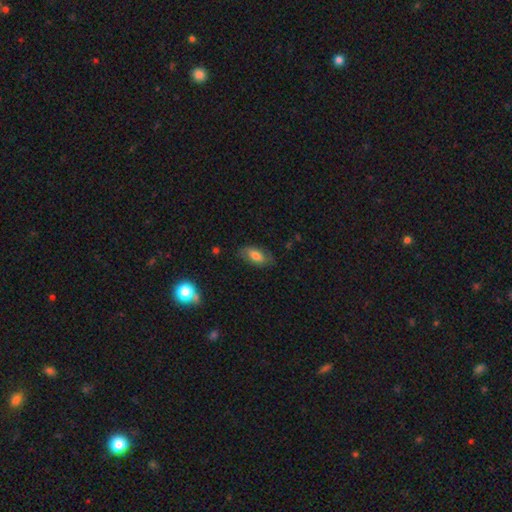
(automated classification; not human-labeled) The model was most divided on "smooth or featured": smooth: 64%, featured or disk: 28%, star or artifact: 8%. More confident: how rounded — in between (89%); merging — none (71%).